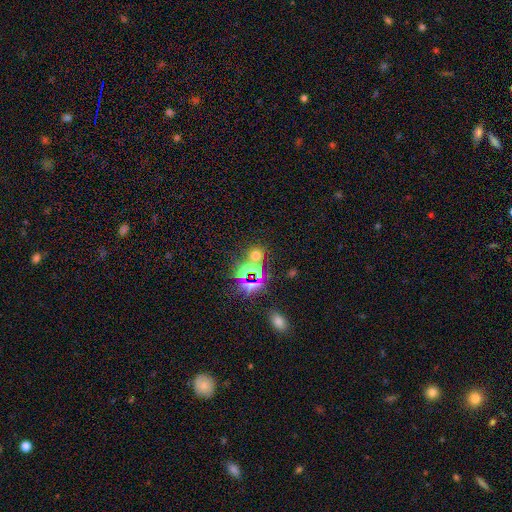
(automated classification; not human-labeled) Smooth or featured?
  - star or artifact: 51% *
  - smooth: 42%
  - featured or disk: 7%